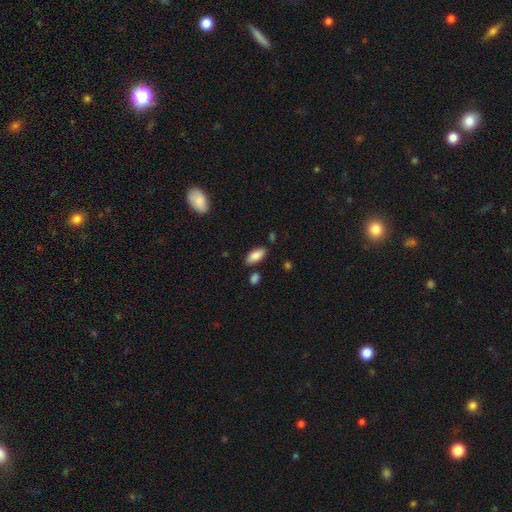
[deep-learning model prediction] Overall: smooth (86%). How rounded: in between (89%). Merging: none (81%).